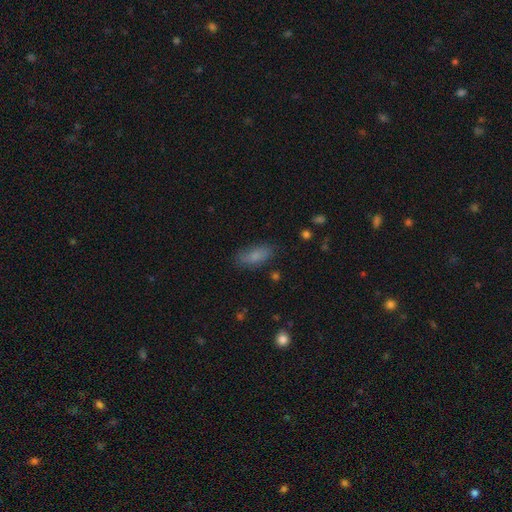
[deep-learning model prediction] Smooth or featured?
  - smooth: 81% *
  - featured or disk: 11%
  - star or artifact: 9%
How rounded?
  - in between: 80% *
  - cigar-shaped: 18%
  - round: 3%
Merging?
  - none: 77% *
  - minor disturbance: 17%
  - major disturbance: 4%
  - merger: 2%